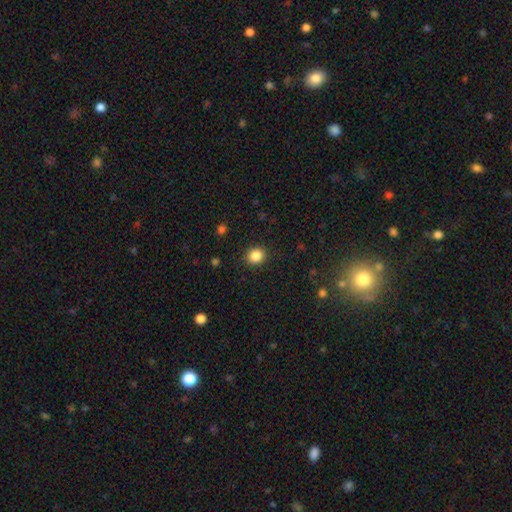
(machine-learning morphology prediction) Smooth or featured?
  - smooth: 86% *
  - star or artifact: 10%
  - featured or disk: 4%
How rounded?
  - round: 81% *
  - in between: 18%
  - cigar-shaped: 1%
Merging?
  - none: 90% *
  - minor disturbance: 6%
  - major disturbance: 2%
  - merger: 1%